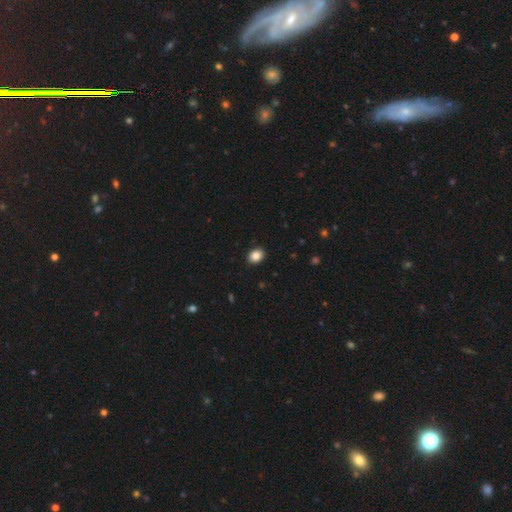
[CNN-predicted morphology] type=smooth (87%); roundness=in between (62%); merging=none (91%).